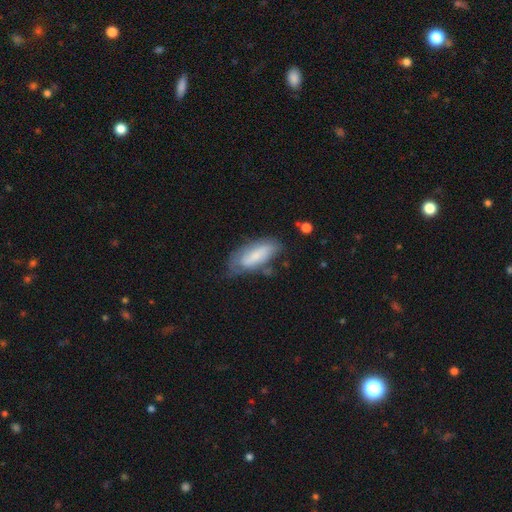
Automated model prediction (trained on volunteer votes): Overall: smooth (59%; featured or disk 34%). How rounded: in between (77%). Merging: none (53%; minor disturbance 31%).